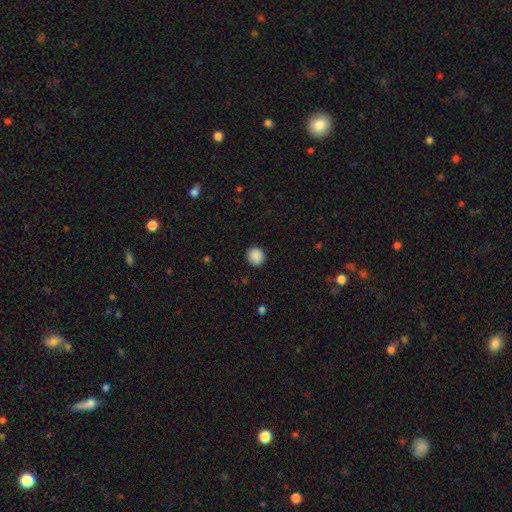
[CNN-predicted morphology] Smooth or featured? Predicted: smooth (p=0.89). How rounded? Predicted: round (p=0.92). Merging? Predicted: none (p=0.91).